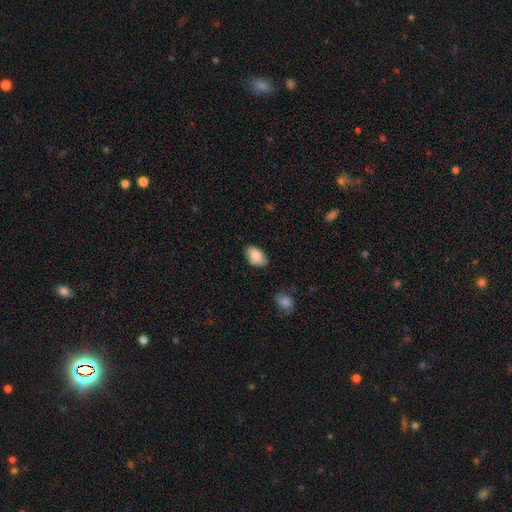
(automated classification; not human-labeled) A smooth galaxy with no disk features (84%) that is in between round and cigar-shaped (92%). Merging: none (73%).